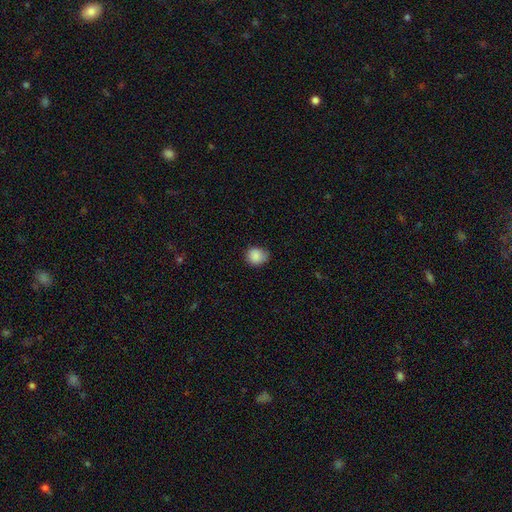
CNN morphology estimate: type=smooth (87%); roundness=round (77%); merging=none (70%).